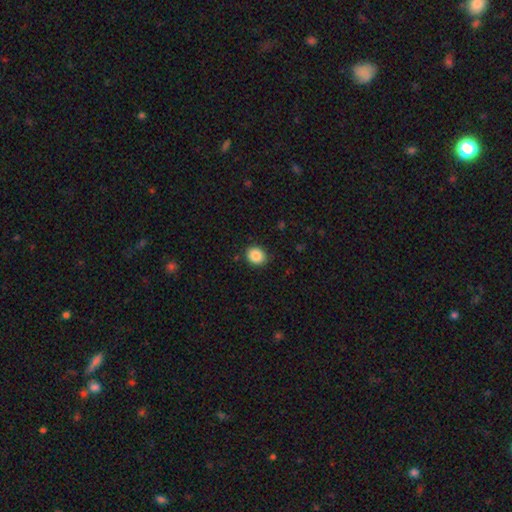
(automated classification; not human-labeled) The model was most divided on "how rounded": round: 64%, in between: 36%, cigar-shaped: 1%. More confident: merging — none (89%); smooth or featured — smooth (87%).